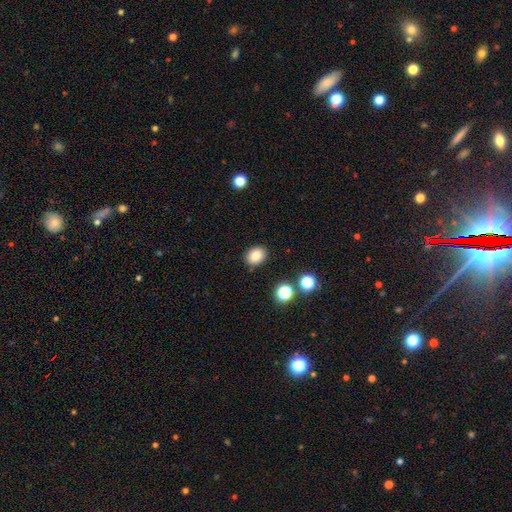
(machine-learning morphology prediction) Smooth or featured?
  - smooth: 85% *
  - star or artifact: 11%
  - featured or disk: 5%
How rounded?
  - in between: 52% *
  - round: 47%
  - cigar-shaped: 1%
Merging?
  - none: 87% *
  - minor disturbance: 9%
  - major disturbance: 2%
  - merger: 2%